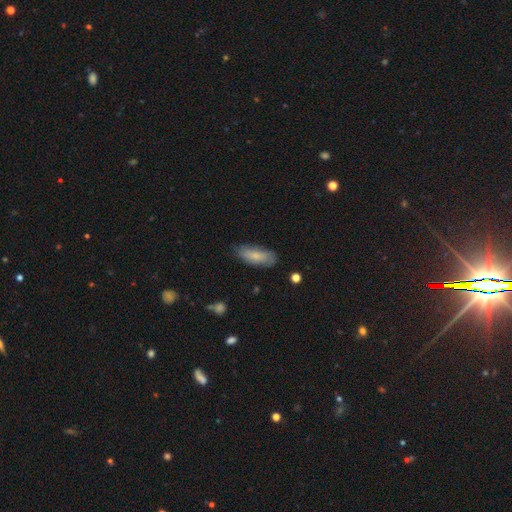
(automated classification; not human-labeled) This is likely a smooth galaxy (74%). How rounded: likely in between (76%). Merging: likely none (74%).